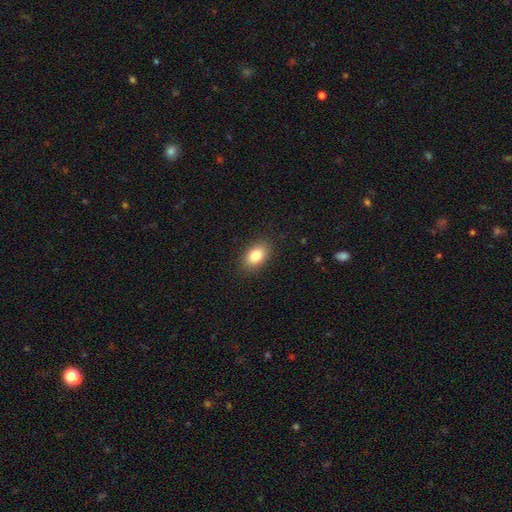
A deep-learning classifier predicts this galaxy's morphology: This is clearly a smooth galaxy (84%). How rounded: clearly in between (89%). Merging: clearly none (88%).